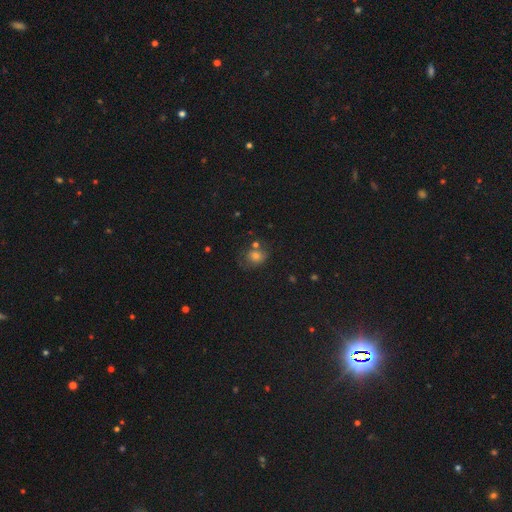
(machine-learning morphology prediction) This is likely a smooth galaxy (66%). How rounded: possibly round (58%). Merging: possibly none (54%).